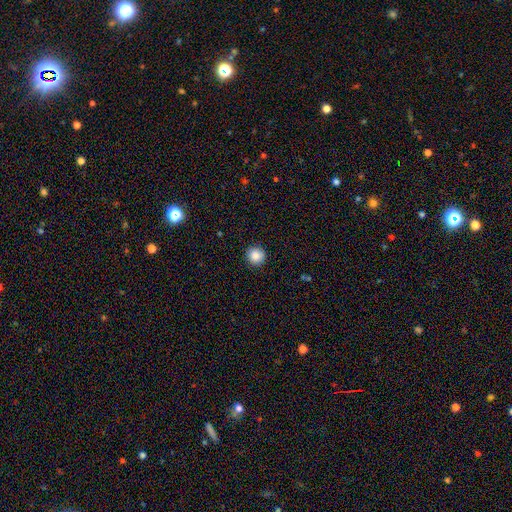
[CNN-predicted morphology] Smooth or featured: smooth — 87% (star or artifact — 9%)
How rounded: round — 94% (in between — 5%)
Merging: none — 91% (minor disturbance — 6%)